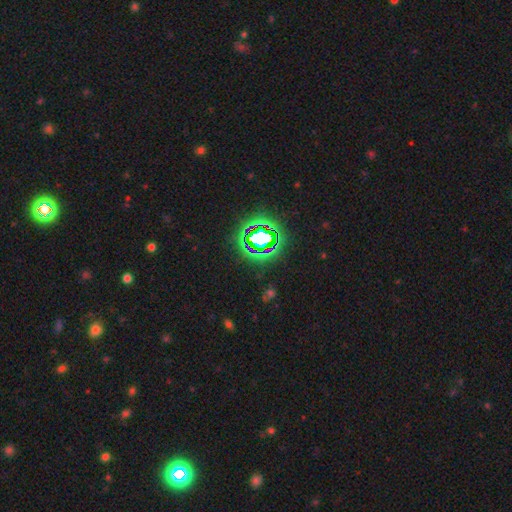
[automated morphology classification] smooth_or_featured: star or artifact (p=0.79) [alt: smooth p=0.14]